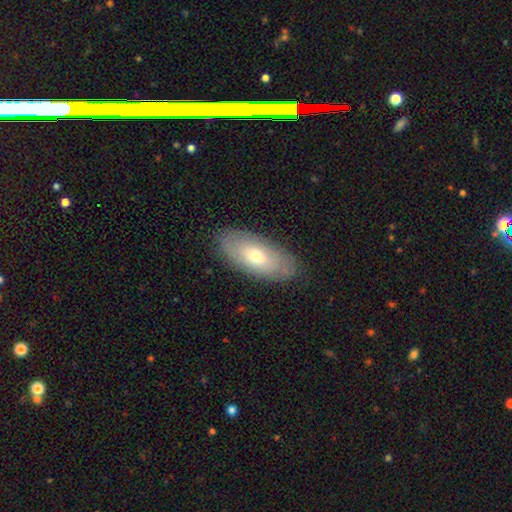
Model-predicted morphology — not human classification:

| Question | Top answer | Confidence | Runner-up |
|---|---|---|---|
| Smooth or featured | smooth | 58% | featured or disk (35%) |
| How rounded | in between | 89% | cigar-shaped (8%) |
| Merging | none | 84% | minor disturbance (12%) |